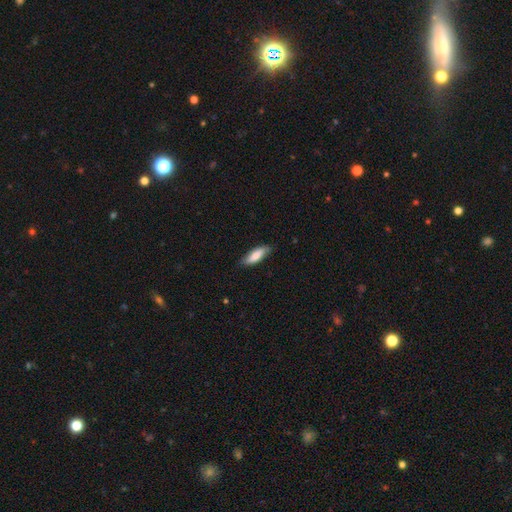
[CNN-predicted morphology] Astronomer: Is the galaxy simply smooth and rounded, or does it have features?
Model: smooth — 75%.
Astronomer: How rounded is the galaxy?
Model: in between — 57% (runner-up: cigar-shaped, 41%).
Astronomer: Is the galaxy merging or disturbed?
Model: none — 79%.